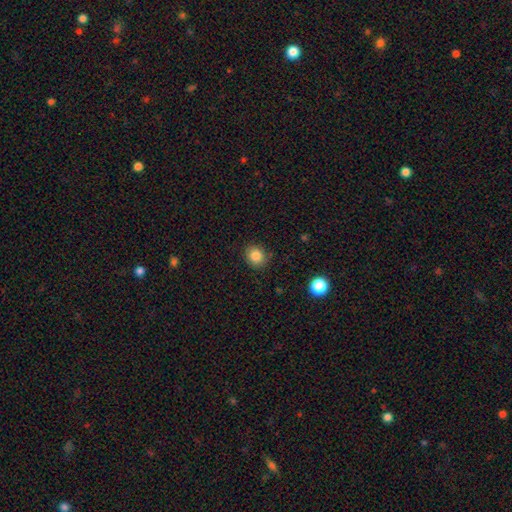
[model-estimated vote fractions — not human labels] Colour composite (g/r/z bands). It shows a smooth galaxy with no disk features (84%) that is round (78%). Merging: none (86%).